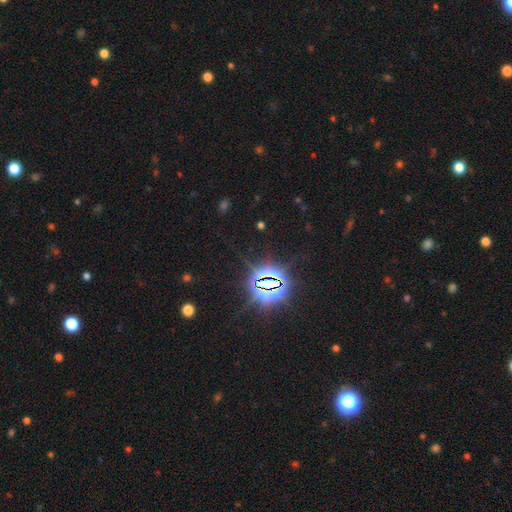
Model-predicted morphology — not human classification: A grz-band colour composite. It shows a star or artifact, not a galaxy (84%).